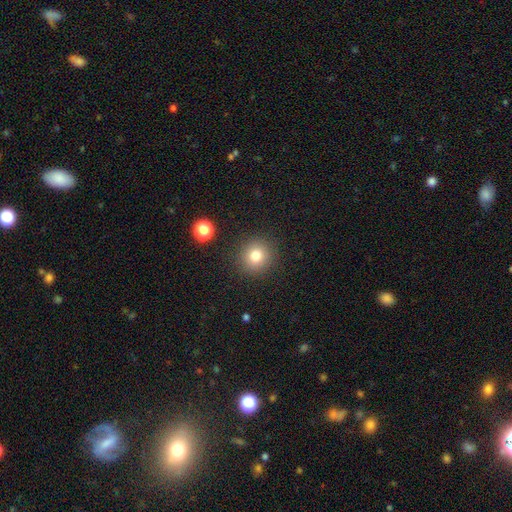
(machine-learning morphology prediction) This appears to be a smooth galaxy with no disk features (79%) that is round (91%). Merging: none (89%).